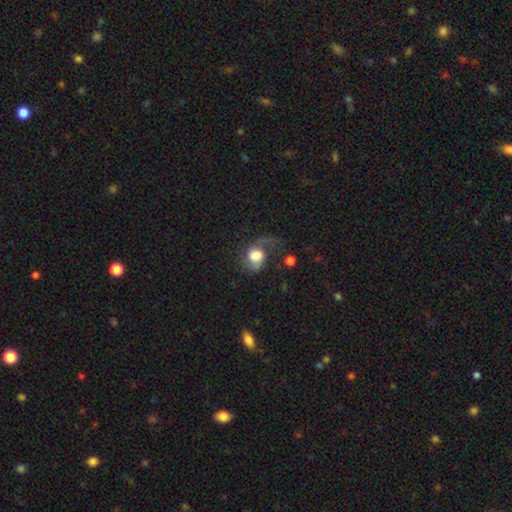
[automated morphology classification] The model was most divided on "smooth or featured": featured or disk: 46%, smooth: 45%, star or artifact: 9%. Remaining: merging — major disturbance (44%).